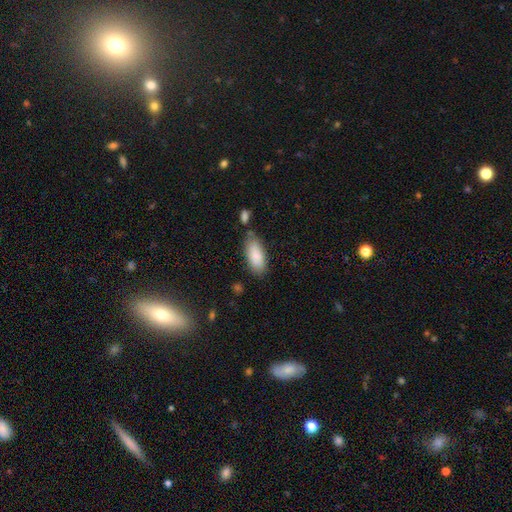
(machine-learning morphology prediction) Smooth or featured?
  - smooth: 86% *
  - featured or disk: 8%
  - star or artifact: 6%
How rounded?
  - in between: 85% *
  - cigar-shaped: 13%
  - round: 2%
Merging?
  - none: 71% *
  - minor disturbance: 17%
  - merger: 8%
  - major disturbance: 4%